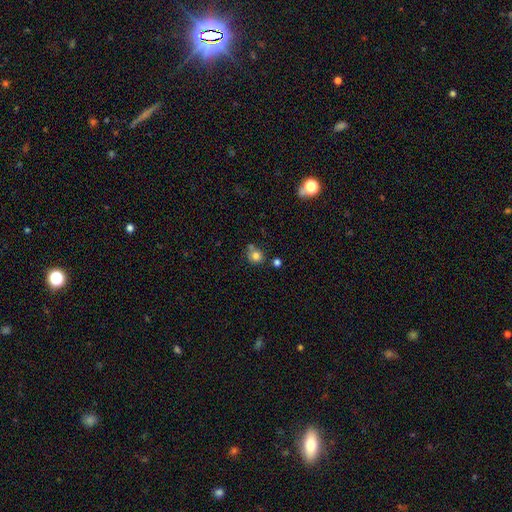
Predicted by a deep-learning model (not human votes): Q: Smooth or featured?
A: smooth (78%); runner-up: star or artifact (12%)
Q: How rounded?
A: round (77%); runner-up: in between (22%)
Q: Merging?
A: none (58%); runner-up: minor disturbance (22%)